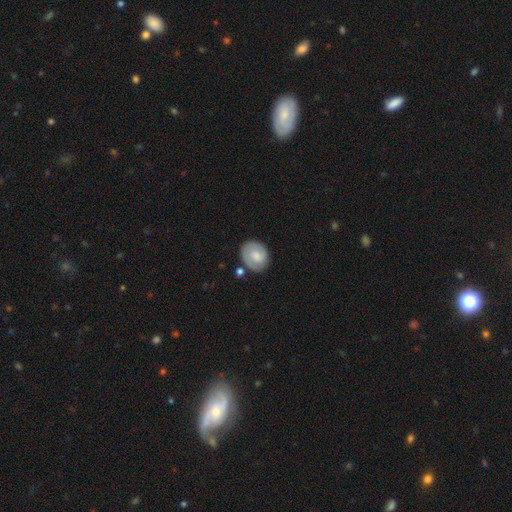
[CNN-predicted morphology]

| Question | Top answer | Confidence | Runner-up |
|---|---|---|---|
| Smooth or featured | smooth | 61% | featured or disk (32%) |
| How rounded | round | 56% | in between (43%) |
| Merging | none | 69% | minor disturbance (19%) |